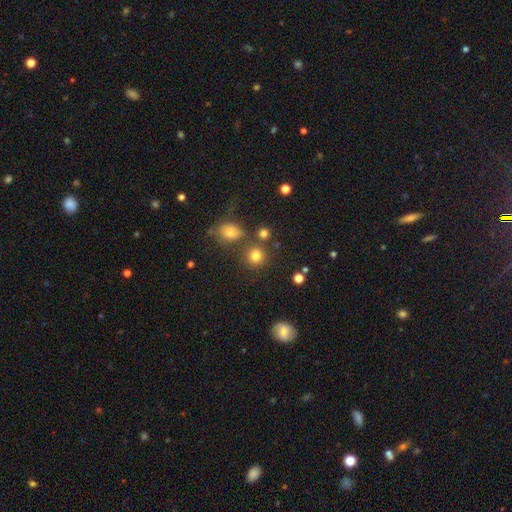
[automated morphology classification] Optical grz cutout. It shows a smooth galaxy with no disk features (78%) that is round (87%). Merging: none (75%).